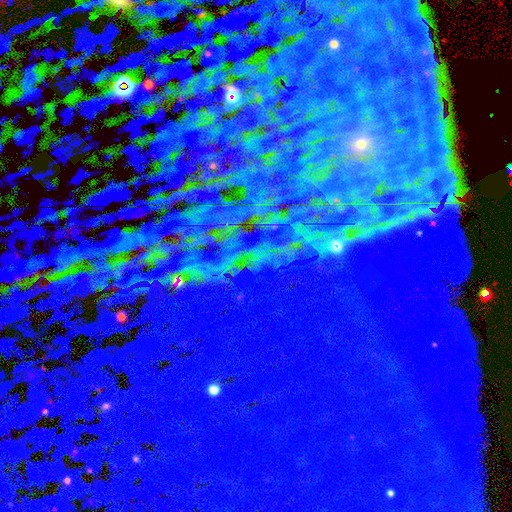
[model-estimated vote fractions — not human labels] star or artifact 84%, smooth 9%, featured or disk 7%.